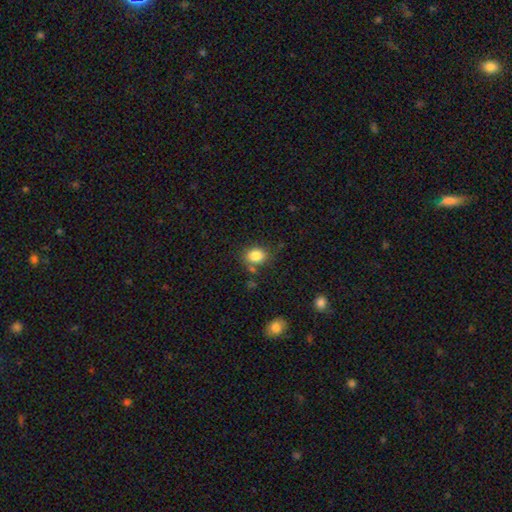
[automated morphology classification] Q: Smooth or featured?
A: smooth (84%); runner-up: star or artifact (10%)
Q: How rounded?
A: in between (54%); runner-up: round (45%)
Q: Merging?
A: none (71%); runner-up: minor disturbance (16%)